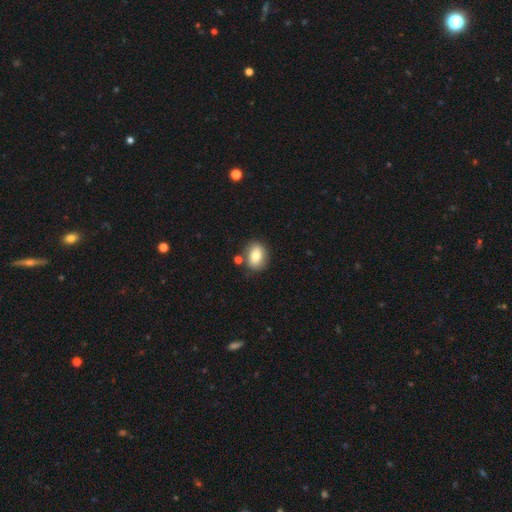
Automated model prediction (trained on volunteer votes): smooth-or-featured: smooth: 76% | featured or disk: 16% | star or artifact: 8%
  how-rounded: in between: 66% | round: 33% | cigar-shaped: 1%
  merging: none: 77% | minor disturbance: 12% | merger: 9% | major disturbance: 3%